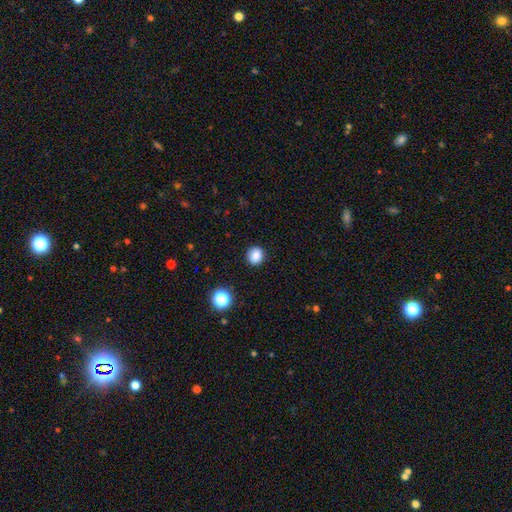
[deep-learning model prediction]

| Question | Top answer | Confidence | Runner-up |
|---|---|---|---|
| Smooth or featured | smooth | 85% | star or artifact (11%) |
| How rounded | round | 84% | in between (15%) |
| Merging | none | 90% | minor disturbance (7%) |